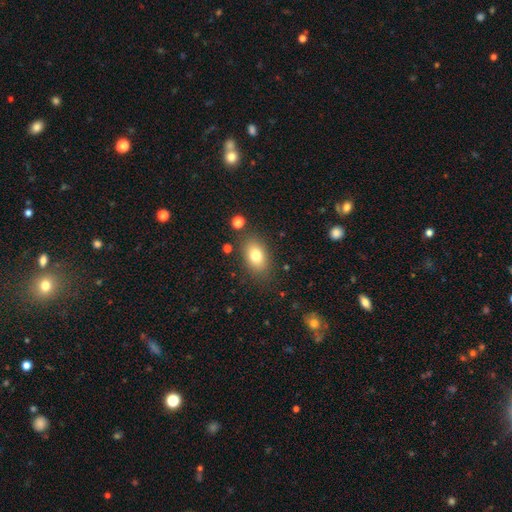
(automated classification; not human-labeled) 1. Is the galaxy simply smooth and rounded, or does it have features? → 78% smooth, 13% featured or disk, 10% star or artifact.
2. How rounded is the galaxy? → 84% in between, 14% round, 2% cigar-shaped.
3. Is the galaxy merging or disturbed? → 82% none, 12% minor disturbance, 4% major disturbance, 3% merger.